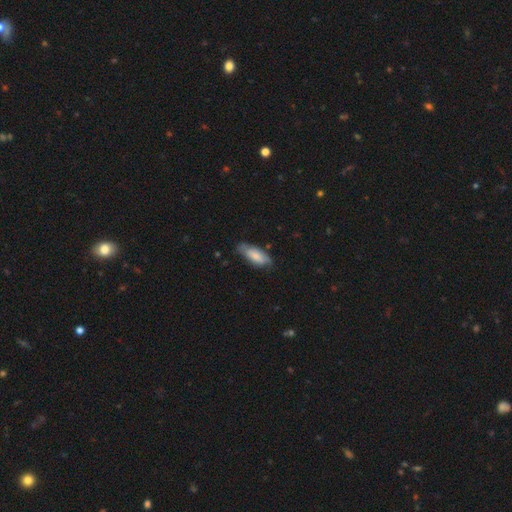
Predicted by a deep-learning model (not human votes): Morphology: type=smooth (70%); roundness=in between (73%); merging=none (65%).